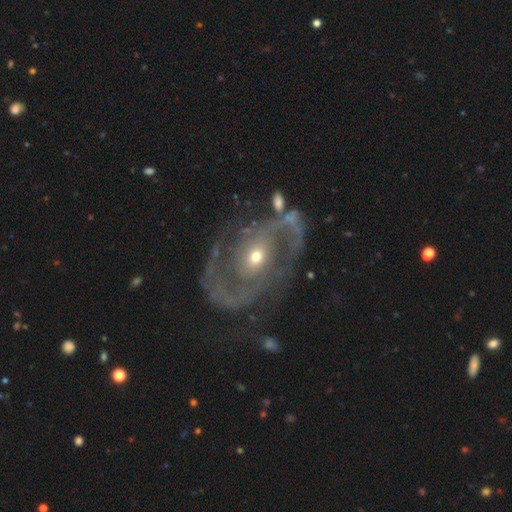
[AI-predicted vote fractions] A featured or disk galaxy (88%) with no bar (59%), 2 (86%) medium (49%) spiral arms (91%) and a small central bulge (54%).

Vote fractions:
- Smooth or featured? featured or disk: 88% / smooth: 6% / star or artifact: 6%
- Edge-on disk? no: 97% / yes: 3%
- Bar? no: 59% / weak: 27% / strong: 14%
- Spiral arms? yes: 91% / no: 9%
- Spiral winding? medium: 49% / tight: 30% / loose: 20%
- Spiral arm count? 2: 86% / can't tell: 5% / 3: 3% / 1: 3% / 4: 2% / more than 4: 2%
- Bulge size? small: 54% / moderate: 42% / large: 2% / none: 1% / dominant: 1%
- Merging? none: 65% / minor disturbance: 17% / major disturbance: 13% / merger: 4%